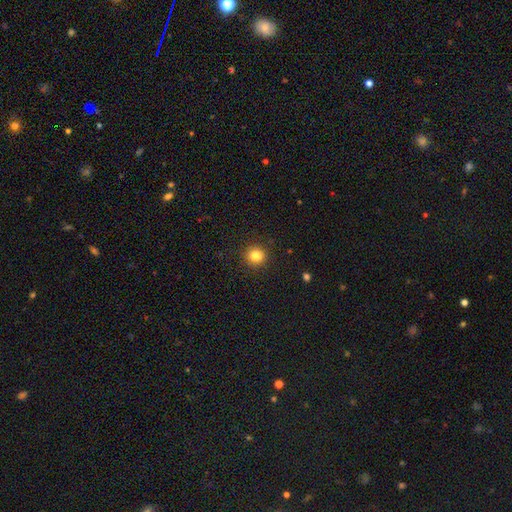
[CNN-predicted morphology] This appears to be a smooth galaxy with no disk features (83%) that is round (87%). Merging: none (91%).